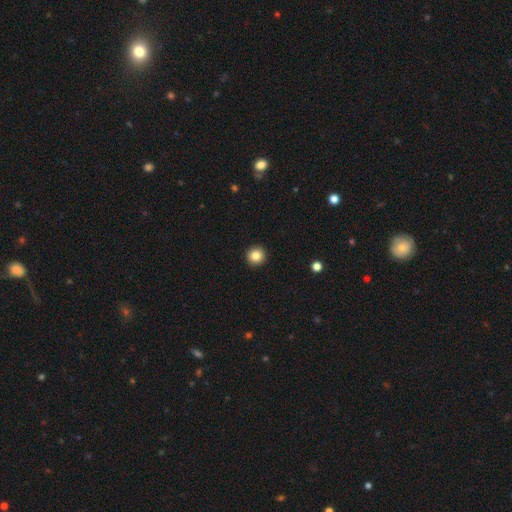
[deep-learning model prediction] Smooth or featured: smooth — 84% (star or artifact — 10%)
How rounded: round — 95% (in between — 4%)
Merging: none — 94% (minor disturbance — 4%)